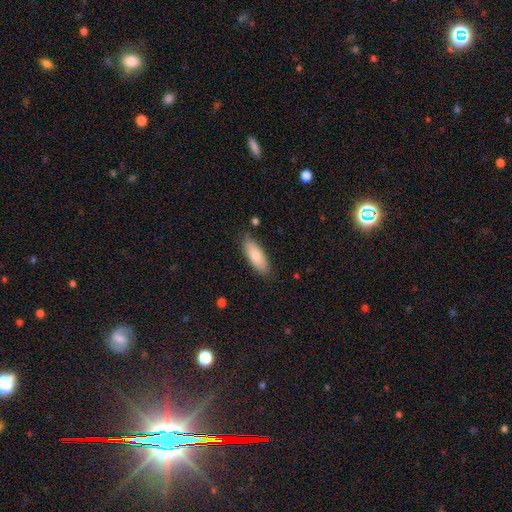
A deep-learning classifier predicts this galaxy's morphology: This appears to be a smooth galaxy with no disk features (81%) that is in between round and cigar-shaped (71%). Merging: none (80%).